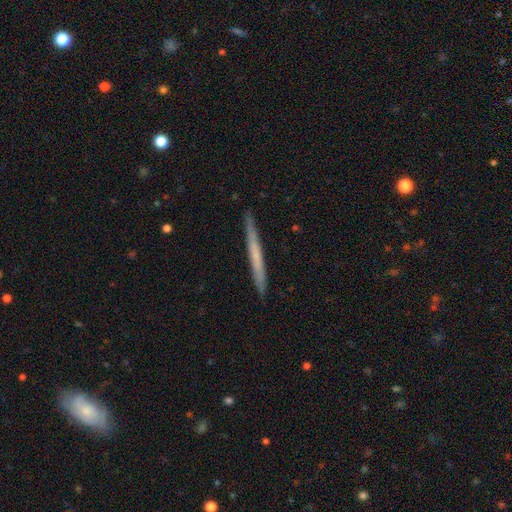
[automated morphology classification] Smooth or featured: smooth — 47% (tied with featured or disk — 47%)
Merging: none — 90% (minor disturbance — 8%)